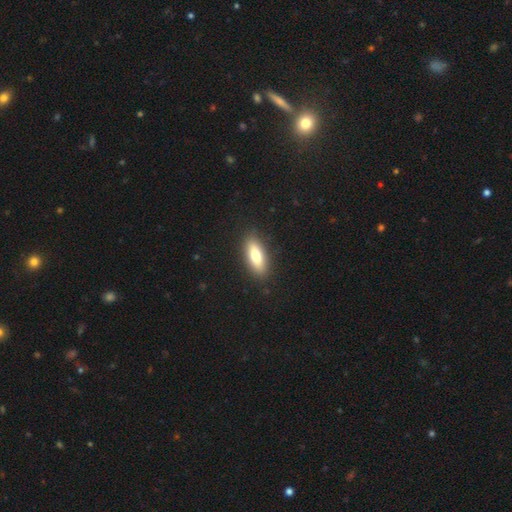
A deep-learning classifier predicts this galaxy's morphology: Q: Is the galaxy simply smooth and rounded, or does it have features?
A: smooth — 76%.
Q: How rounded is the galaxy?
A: in between — 71%.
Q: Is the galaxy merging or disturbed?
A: none — 89%.